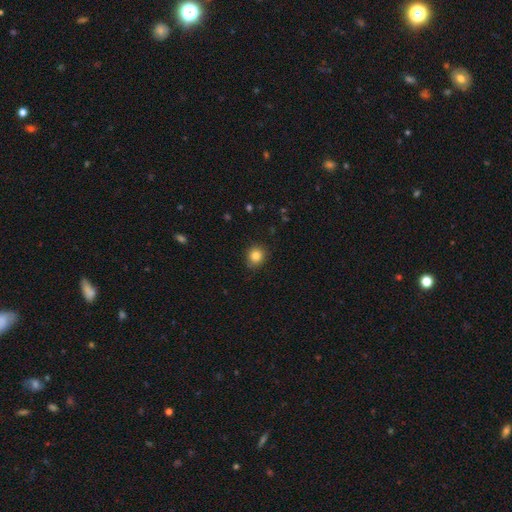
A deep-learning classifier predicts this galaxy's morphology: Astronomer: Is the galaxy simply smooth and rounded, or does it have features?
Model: smooth — 84%.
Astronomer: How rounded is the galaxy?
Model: round — 81%.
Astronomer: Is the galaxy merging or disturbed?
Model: none — 86%.